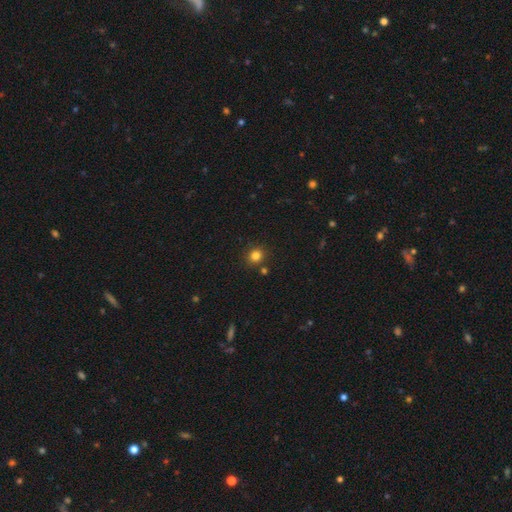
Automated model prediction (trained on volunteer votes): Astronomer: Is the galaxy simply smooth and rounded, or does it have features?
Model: smooth — 81%.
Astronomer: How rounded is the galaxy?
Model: round — 84%.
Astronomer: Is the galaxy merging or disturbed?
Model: none — 85%.